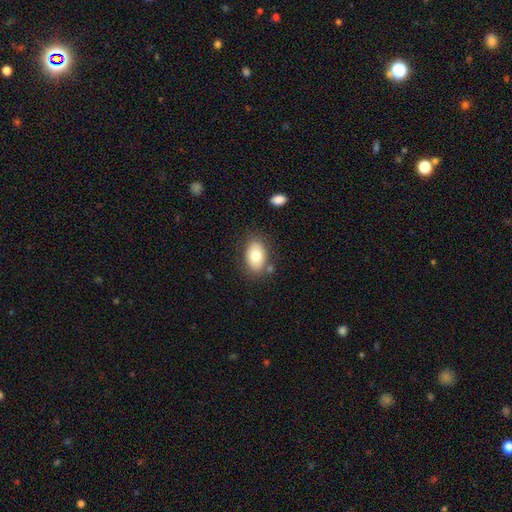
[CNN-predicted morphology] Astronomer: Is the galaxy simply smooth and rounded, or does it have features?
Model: smooth — 77%.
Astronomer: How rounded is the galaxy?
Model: in between — 87%.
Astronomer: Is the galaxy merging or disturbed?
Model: none — 77%.